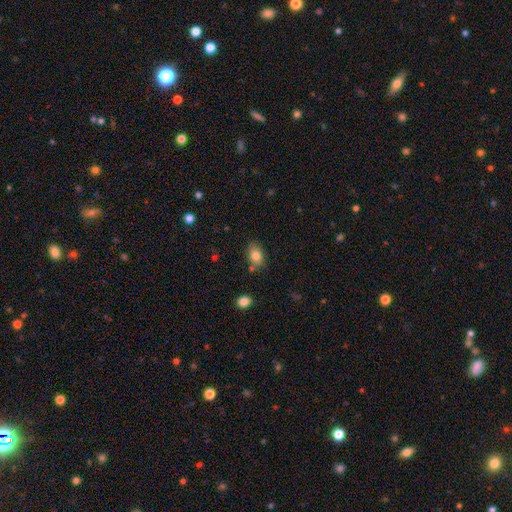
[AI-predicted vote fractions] Morphology: type=smooth (82%); roundness=in between (81%); merging=none (73%).